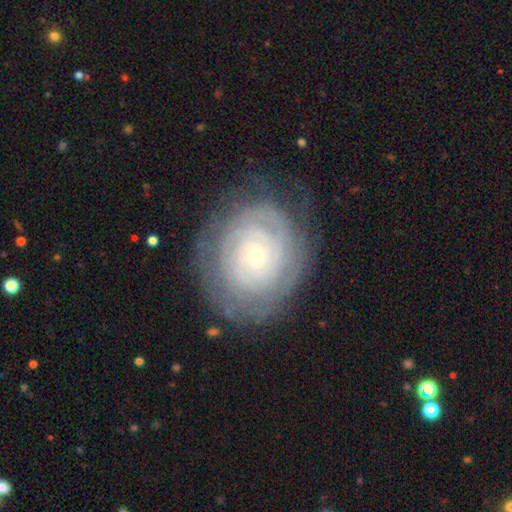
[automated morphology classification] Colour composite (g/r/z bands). It shows a featured or disk galaxy (79%) with no bar (83%), tight (84%) spiral arms (89%) and a small central bulge (77%). Merging: none (76%).